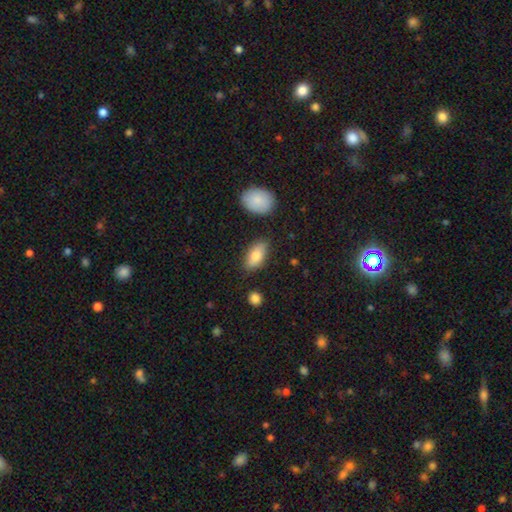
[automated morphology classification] A smooth galaxy with no disk features (81%) that is in between round and cigar-shaped (90%). Merging: none (81%).